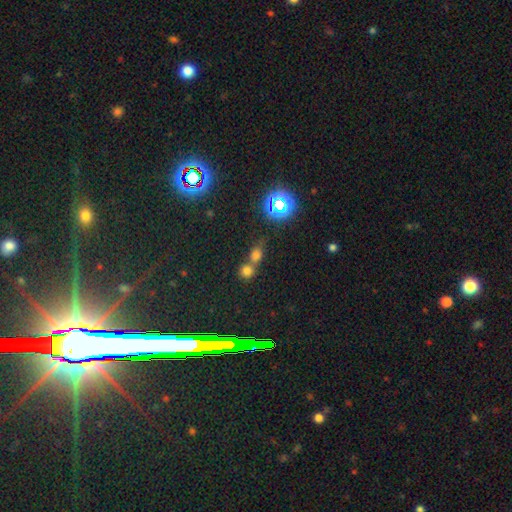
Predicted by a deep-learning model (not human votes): Smooth or featured? smooth (52%)
How rounded? round (63%)
Merging? merger (52%)